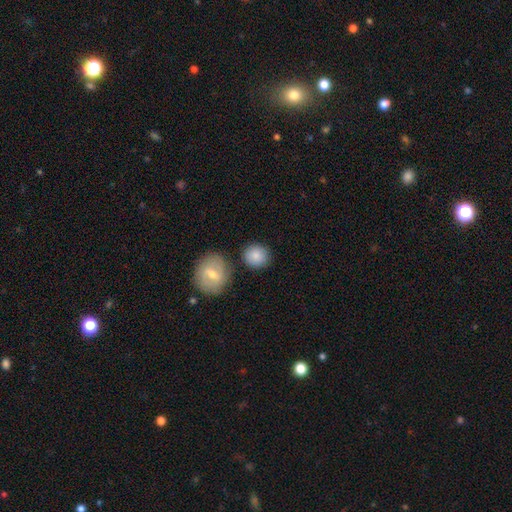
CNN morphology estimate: smooth 86%, star or artifact 7%, featured or disk 7%. Down the decision tree: how rounded — round (87%); merging — none (80%).